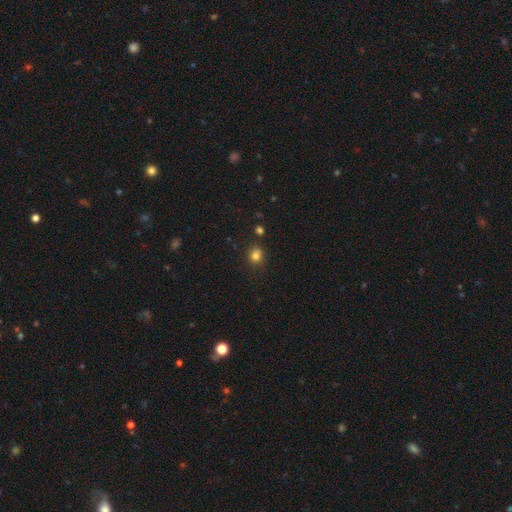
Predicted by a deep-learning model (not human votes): Overall: smooth (80%). How rounded: round (71%). Merging: none (77%).